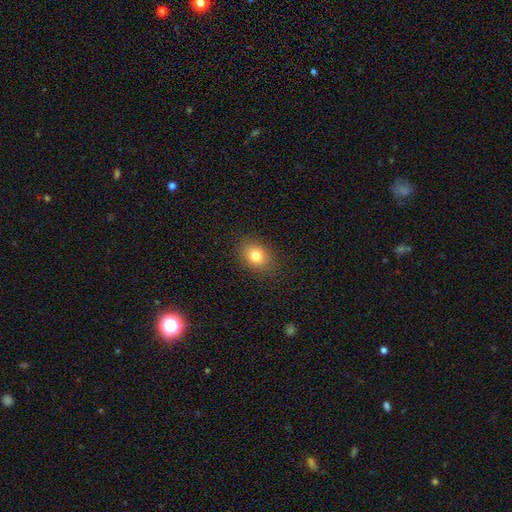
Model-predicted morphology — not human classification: Smooth or featured?
  - smooth: 80% *
  - star or artifact: 11%
  - featured or disk: 9%
How rounded?
  - in between: 60% *
  - round: 39%
  - cigar-shaped: 1%
Merging?
  - none: 87% *
  - minor disturbance: 9%
  - major disturbance: 3%
  - merger: 1%